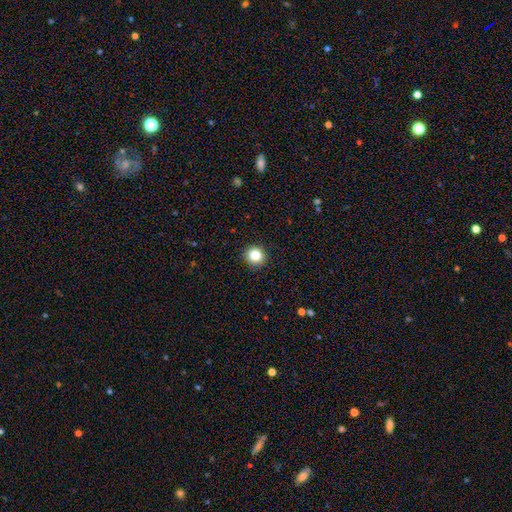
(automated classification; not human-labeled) A smooth galaxy with no disk features (83%) that is round (94%). Merging: none (92%).